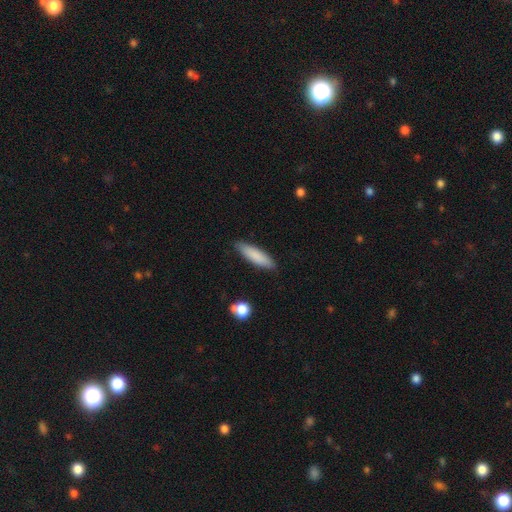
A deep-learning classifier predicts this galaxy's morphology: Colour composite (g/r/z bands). It shows a smooth galaxy with no disk features (84%) that is cigar-shaped (69%). Merging: none (87%).